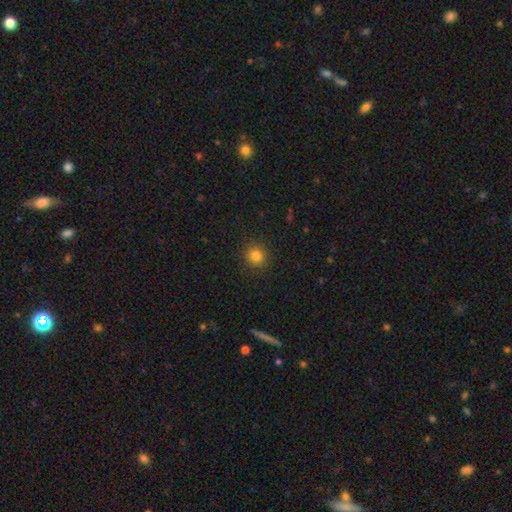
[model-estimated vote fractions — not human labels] Q: Smooth or featured?
A: smooth (82%); runner-up: star or artifact (13%)
Q: How rounded?
A: round (90%); runner-up: in between (9%)
Q: Merging?
A: none (90%); runner-up: minor disturbance (7%)